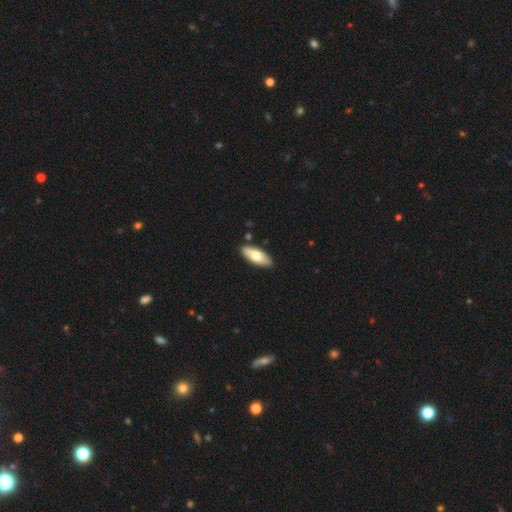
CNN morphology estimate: Q: Smooth or featured?
A: smooth (69%); runner-up: featured or disk (26%)
Q: How rounded?
A: in between (75%); runner-up: cigar-shaped (23%)
Q: Merging?
A: none (86%); runner-up: minor disturbance (10%)